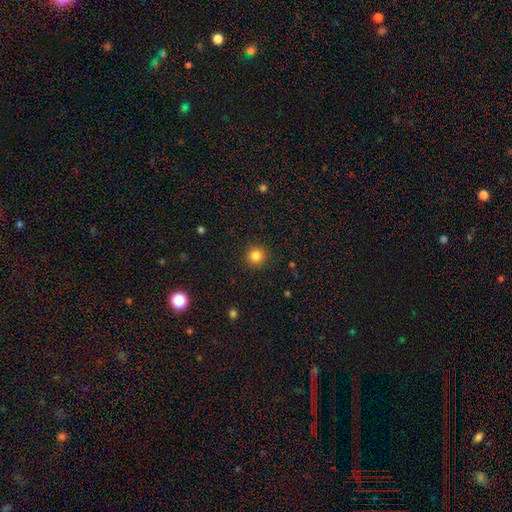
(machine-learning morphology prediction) A smooth galaxy with no disk features (84%) that is round (95%). Merging: none (92%).